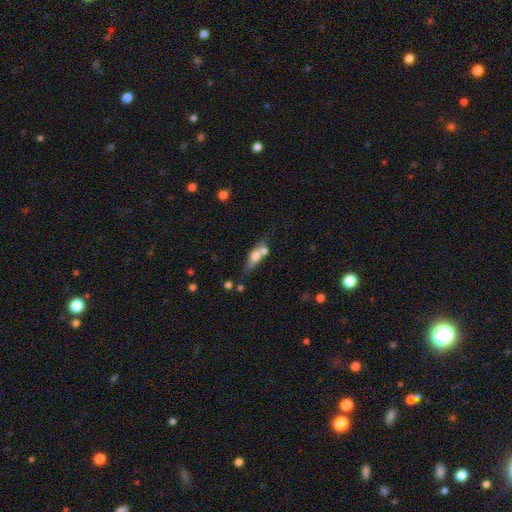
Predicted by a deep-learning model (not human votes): smooth 50%, featured or disk 43%, star or artifact 8%. Down the decision tree: merging — none (52%).